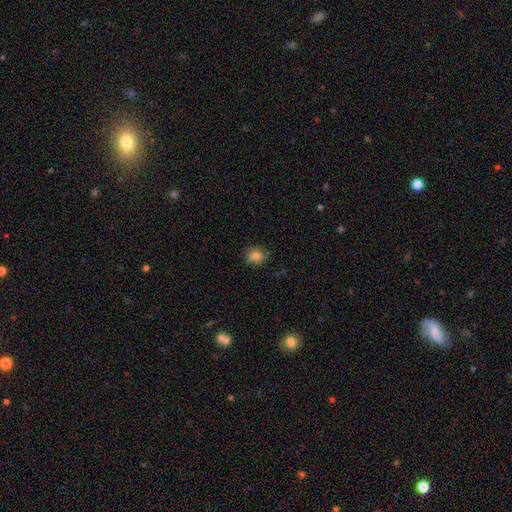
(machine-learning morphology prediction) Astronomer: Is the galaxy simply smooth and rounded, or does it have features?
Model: smooth — 82%.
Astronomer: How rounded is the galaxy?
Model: round — 72%.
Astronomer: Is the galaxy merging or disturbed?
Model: none — 81%.